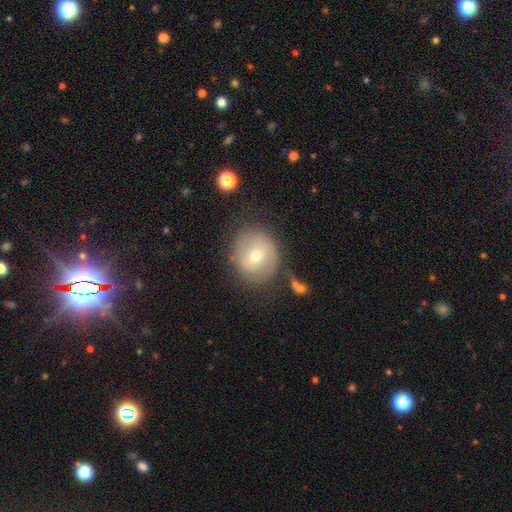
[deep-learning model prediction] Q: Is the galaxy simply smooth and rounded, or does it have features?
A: smooth — 55%.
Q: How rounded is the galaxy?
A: round — 80%.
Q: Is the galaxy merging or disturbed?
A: none — 72%.